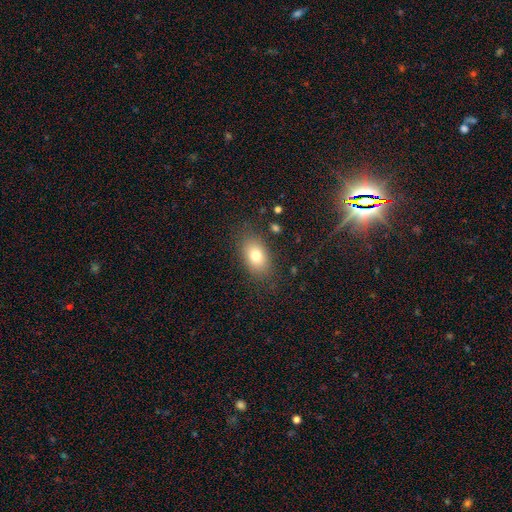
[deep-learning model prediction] Overall: smooth (77%). How rounded: in between (84%). Merging: none (81%).